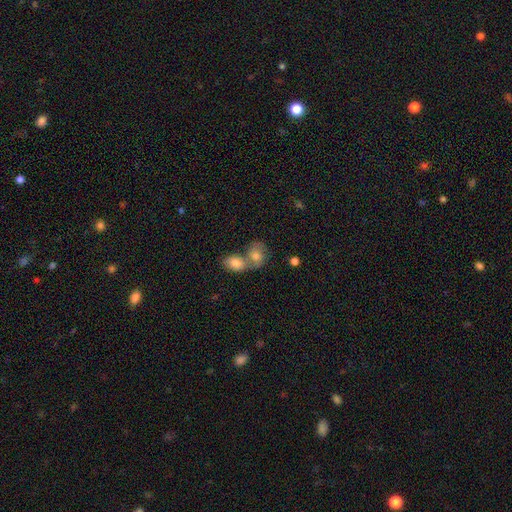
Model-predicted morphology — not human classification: Smooth or featured?
  - smooth: 70% *
  - featured or disk: 21%
  - star or artifact: 9%
How rounded?
  - in between: 61% *
  - round: 38%
  - cigar-shaped: 2%
Merging?
  - merger: 66% *
  - none: 23%
  - minor disturbance: 7%
  - major disturbance: 4%